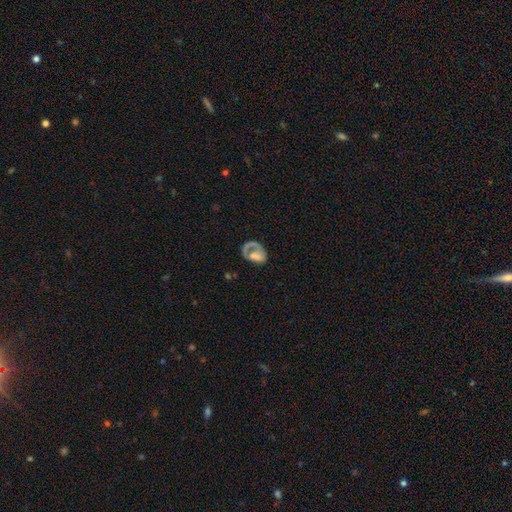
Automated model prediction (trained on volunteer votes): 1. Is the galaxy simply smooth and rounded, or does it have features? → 51% featured or disk, 41% smooth, 9% star or artifact.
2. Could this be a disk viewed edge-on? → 97% no, 3% yes.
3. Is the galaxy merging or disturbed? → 38% major disturbance, 37% none, 17% minor disturbance, 7% merger.